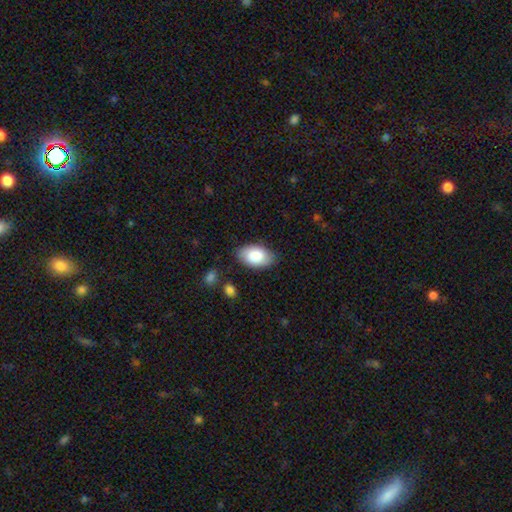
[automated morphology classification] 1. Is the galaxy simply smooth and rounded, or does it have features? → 84% smooth, 10% featured or disk, 6% star or artifact.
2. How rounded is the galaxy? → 94% in between, 5% round, 1% cigar-shaped.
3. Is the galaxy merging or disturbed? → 81% none, 14% minor disturbance, 3% major disturbance, 2% merger.